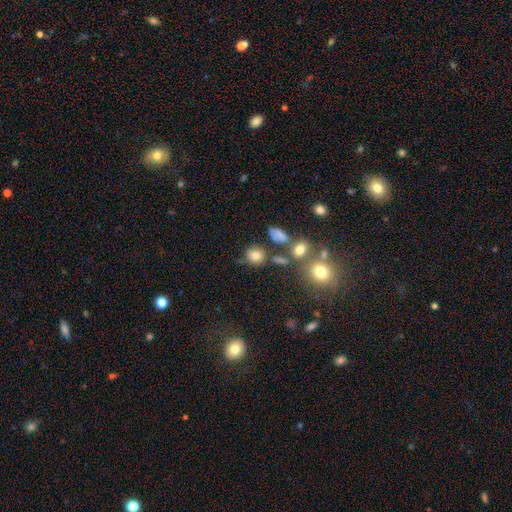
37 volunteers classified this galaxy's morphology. smooth-or-featured: smooth: 81% | featured or disk: 16% | star or artifact: 3%
  how-rounded: round: 77% | in between: 23% | cigar-shaped: 0%
  merging: none: 72% | merger: 14% | minor disturbance: 11% | major disturbance: 3%